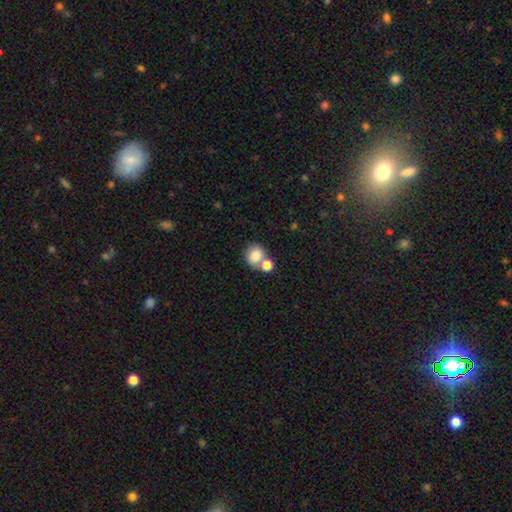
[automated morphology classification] A smooth galaxy with no disk features (80%) that is round (72%). Merging: none (48%).